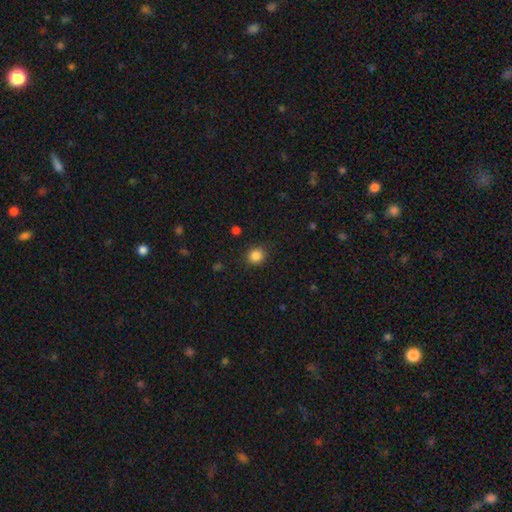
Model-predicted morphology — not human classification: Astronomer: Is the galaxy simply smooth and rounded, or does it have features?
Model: smooth — 85%.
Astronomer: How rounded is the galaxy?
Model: round — 85%.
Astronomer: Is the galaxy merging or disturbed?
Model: none — 88%.